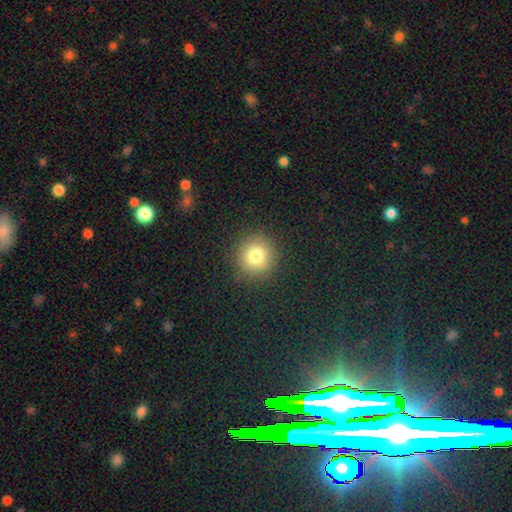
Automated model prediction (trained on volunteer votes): A smooth galaxy with no disk features (79%) that is round (91%).

Vote fractions:
- Smooth or featured? smooth: 79% / star or artifact: 13% / featured or disk: 9%
- How rounded? round: 91% / in between: 8% / cigar-shaped: 1%
- Merging? none: 89% / minor disturbance: 7% / major disturbance: 3% / merger: 1%